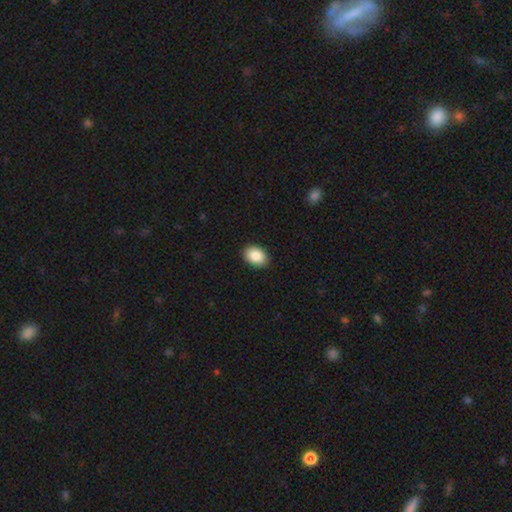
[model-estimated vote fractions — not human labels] Smooth or featured?
  - smooth: 88% *
  - star or artifact: 7%
  - featured or disk: 5%
How rounded?
  - in between: 81% *
  - round: 18%
  - cigar-shaped: 1%
Merging?
  - none: 90% *
  - minor disturbance: 7%
  - major disturbance: 2%
  - merger: 1%